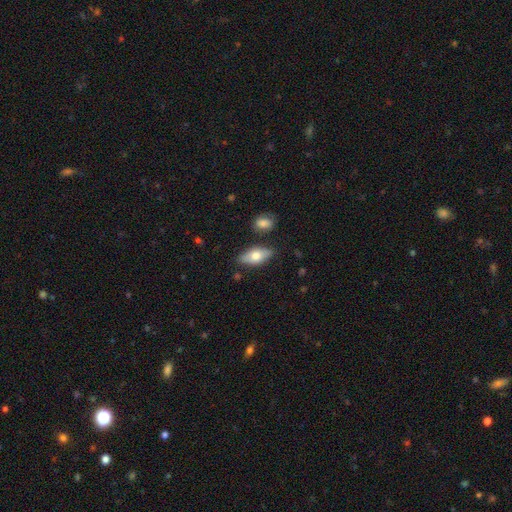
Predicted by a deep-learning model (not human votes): A smooth galaxy with no disk features (69%) that is in between round and cigar-shaped (83%). Merging: none (80%).